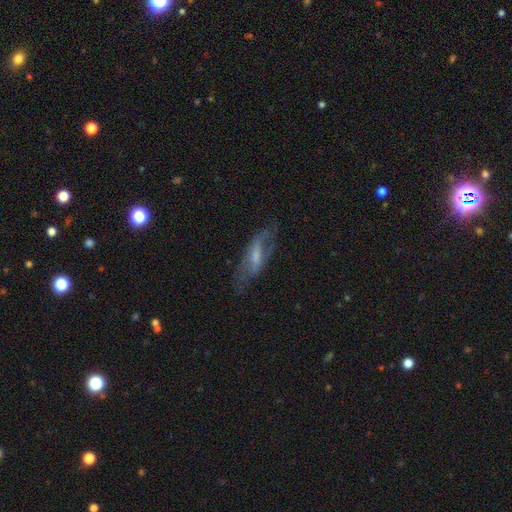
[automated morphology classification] smooth-or-featured: featured or disk: 59% | smooth: 32% | star or artifact: 9%
  disk-edge-on: no: 72% | yes: 28%
  merging: none: 65% | minor disturbance: 20% | major disturbance: 13% | merger: 2%